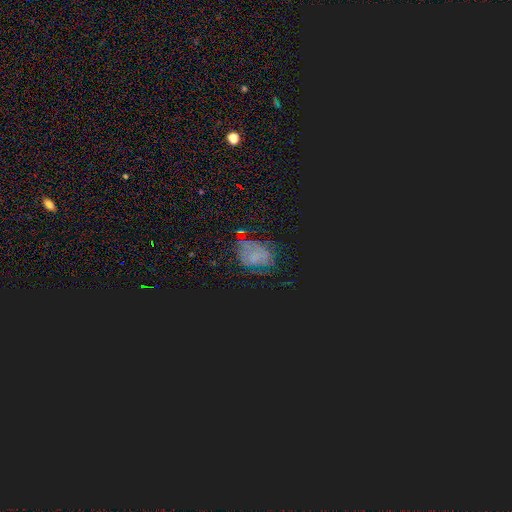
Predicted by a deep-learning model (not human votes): Morphology: type=star or artifact (45%).